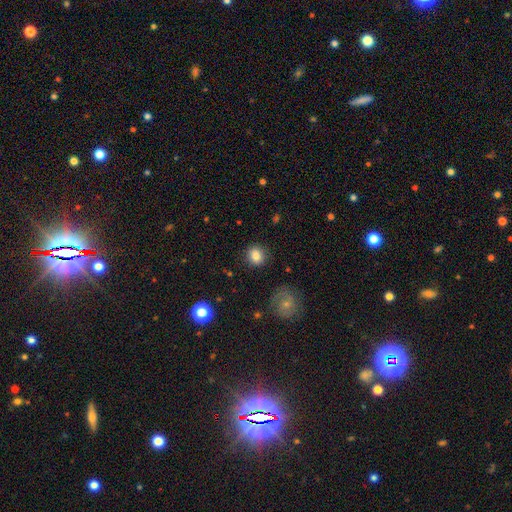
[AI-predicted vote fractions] Smooth or featured: smooth — 84% (star or artifact — 9%)
How rounded: round — 78% (in between — 21%)
Merging: none — 86% (minor disturbance — 9%)